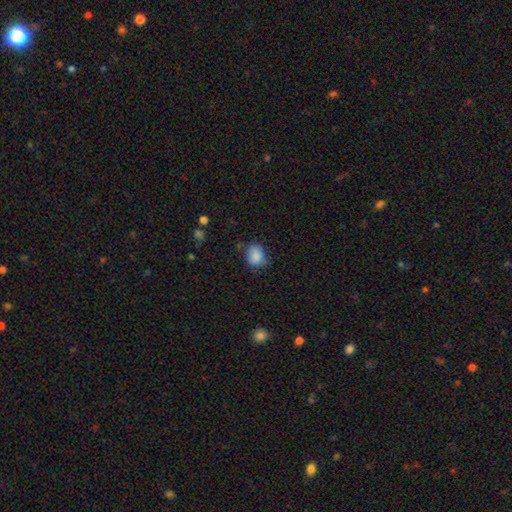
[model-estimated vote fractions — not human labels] Morphology: type=smooth (85%); roundness=in between (52%); merging=none (65%).